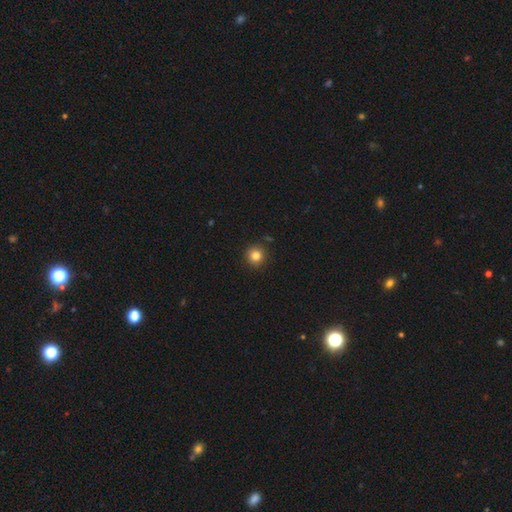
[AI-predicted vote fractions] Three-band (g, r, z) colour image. It shows a smooth galaxy with no disk features (83%) that is round (94%). Merging: none (90%).